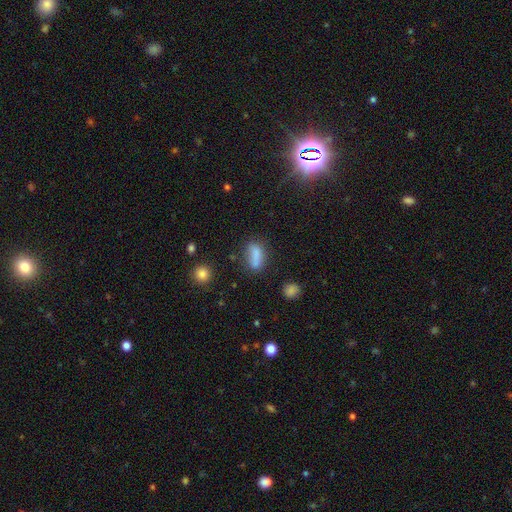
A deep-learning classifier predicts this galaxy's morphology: A smooth galaxy with no disk features (78%) that is in between round and cigar-shaped (72%). Merging: none (58%).